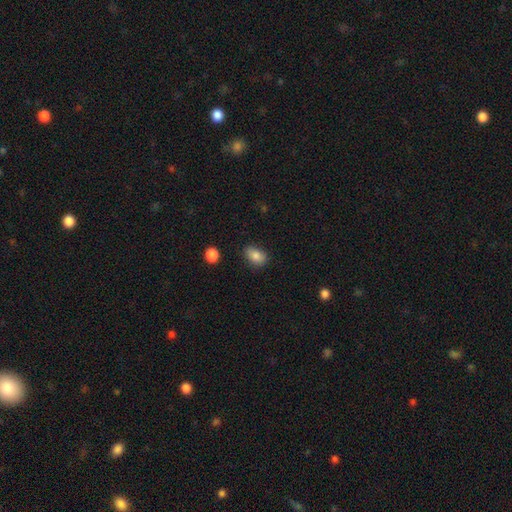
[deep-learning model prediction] smooth_or_featured: smooth (p=0.84) [alt: star or artifact p=0.09]
how_rounded: in between (p=0.84) [alt: round p=0.14]
merging: none (p=0.80) [alt: minor disturbance p=0.15]